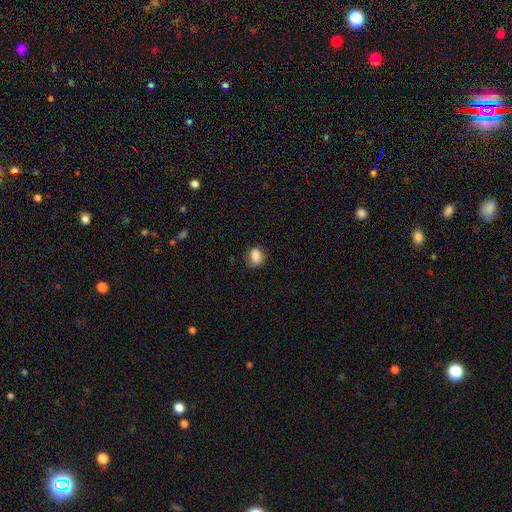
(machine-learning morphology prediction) This is clearly a smooth galaxy (84%). How rounded: likely in between (63%). Merging: likely none (79%).